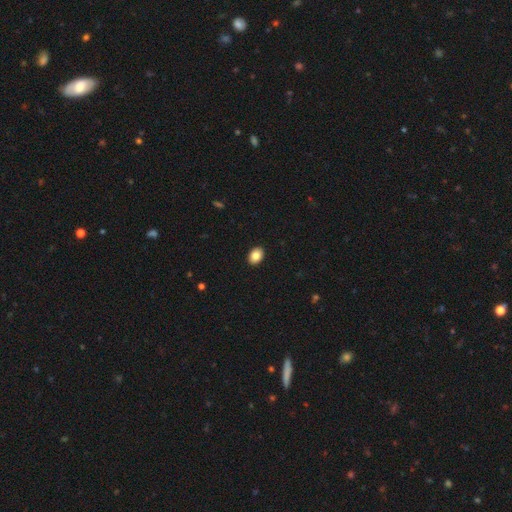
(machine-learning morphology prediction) type=smooth (86%); roundness=in between (76%); merging=none (92%).